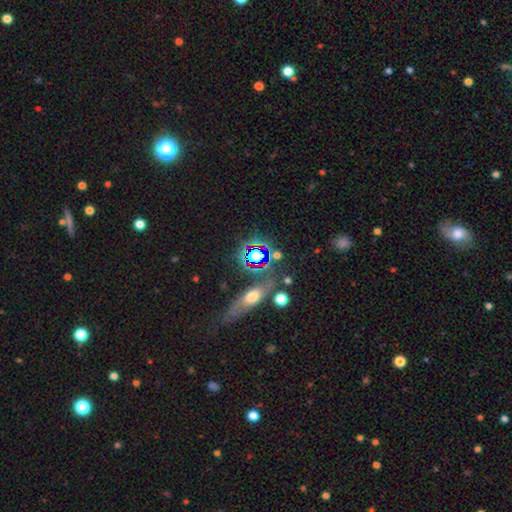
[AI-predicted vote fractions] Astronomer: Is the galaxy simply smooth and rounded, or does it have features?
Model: star or artifact — 52% (runner-up: smooth, 32%).